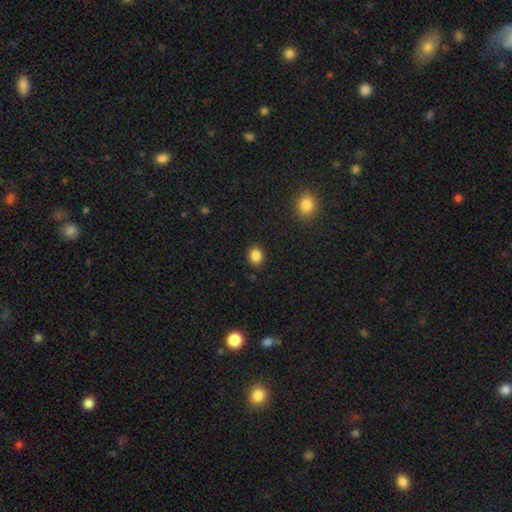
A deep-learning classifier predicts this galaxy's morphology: smooth 85%, star or artifact 11%, featured or disk 4%. Down the decision tree: how rounded — round (65%); merging — none (89%).